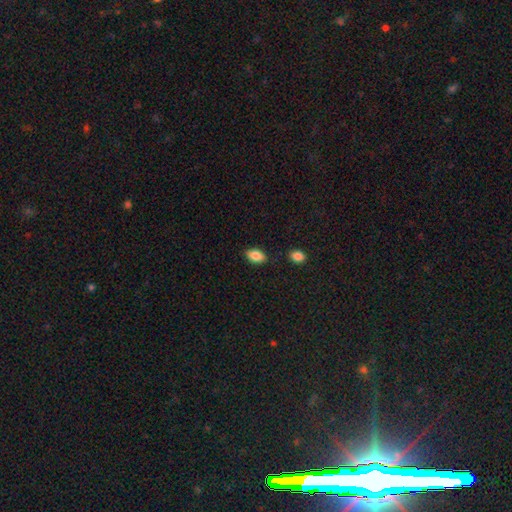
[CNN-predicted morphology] smooth 86%, star or artifact 8%, featured or disk 6%. Down the decision tree: how rounded — in between (91%); merging — none (83%).